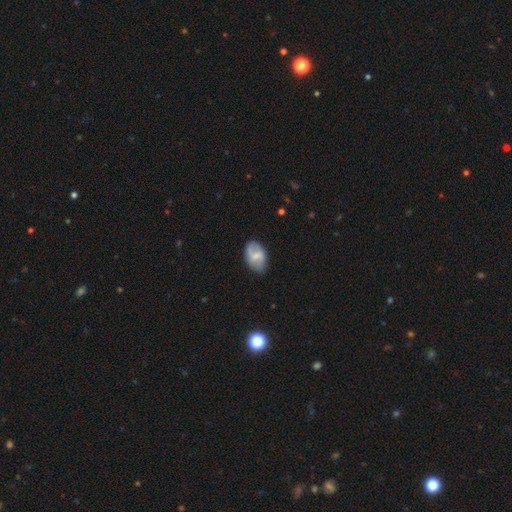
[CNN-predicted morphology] A featured or disk galaxy (48%).

Vote fractions:
- Smooth or featured? featured or disk: 48% / smooth: 45% / star or artifact: 7%
- Merging? none: 73% / minor disturbance: 20% / major disturbance: 5% / merger: 2%